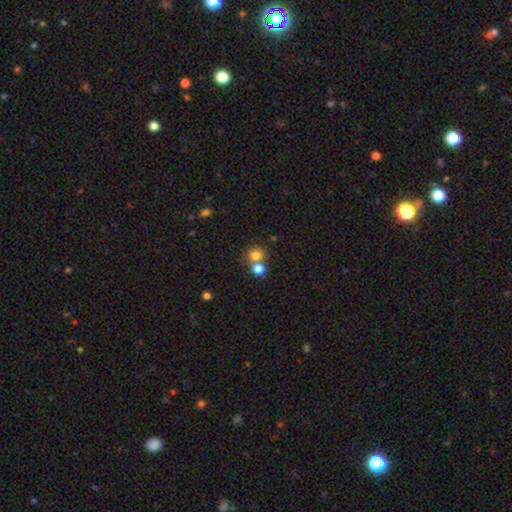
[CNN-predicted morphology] This appears to be a smooth galaxy with no disk features (78%) that is round (86%). Merging: none (53%).